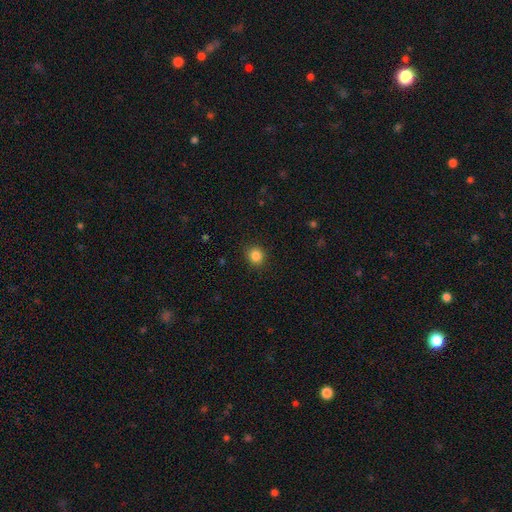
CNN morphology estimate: Smooth or featured: smooth — 85% (star or artifact — 11%)
How rounded: round — 84% (in between — 16%)
Merging: none — 89% (minor disturbance — 7%)